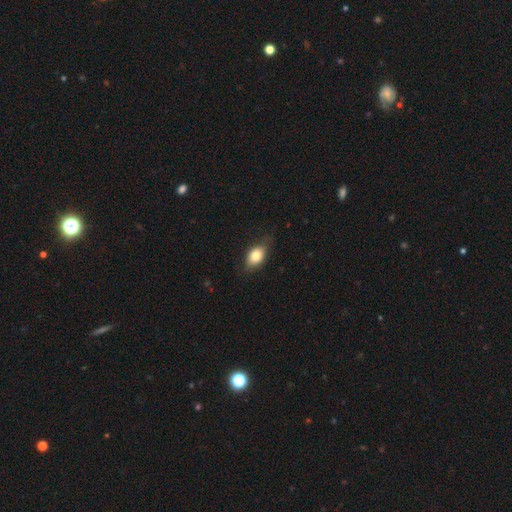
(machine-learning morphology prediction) A smooth galaxy with no disk features (79%) that is in between round and cigar-shaped (81%). Merging: none (73%).